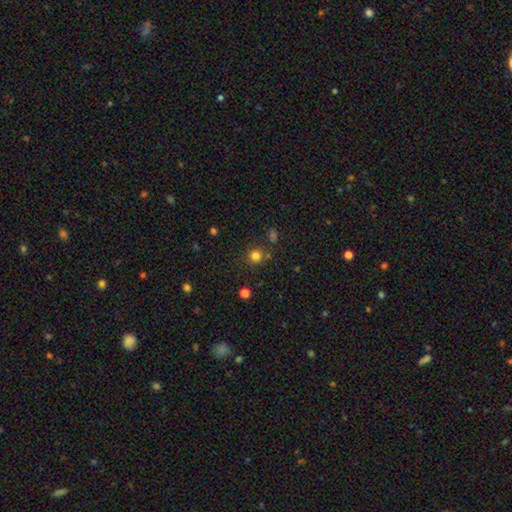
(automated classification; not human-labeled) smooth 79%, star or artifact 16%, featured or disk 5%. Down the decision tree: how rounded — round (92%); merging — none (82%).